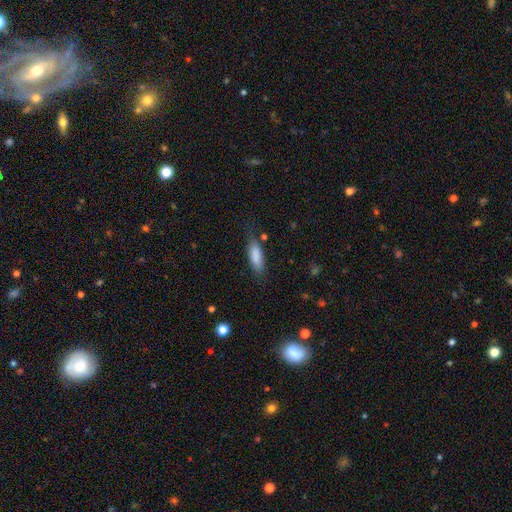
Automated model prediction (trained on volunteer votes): Smooth or featured?
  - smooth: 86% *
  - featured or disk: 8%
  - star or artifact: 7%
How rounded?
  - in between: 63% *
  - cigar-shaped: 35%
  - round: 2%
Merging?
  - none: 73% *
  - minor disturbance: 19%
  - major disturbance: 6%
  - merger: 2%